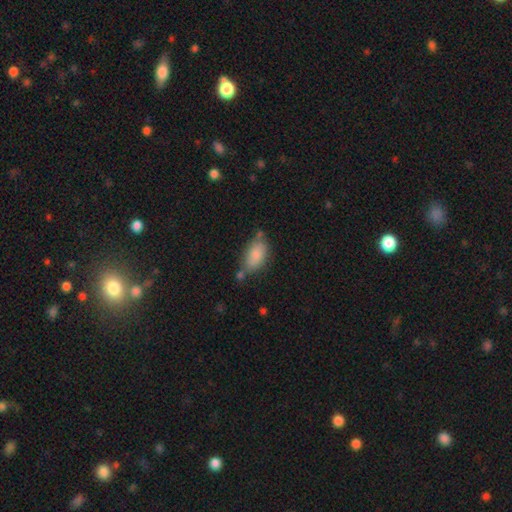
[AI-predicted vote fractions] Overall: smooth (79%). How rounded: in between (91%). Merging: none (60%; minor disturbance 22%).